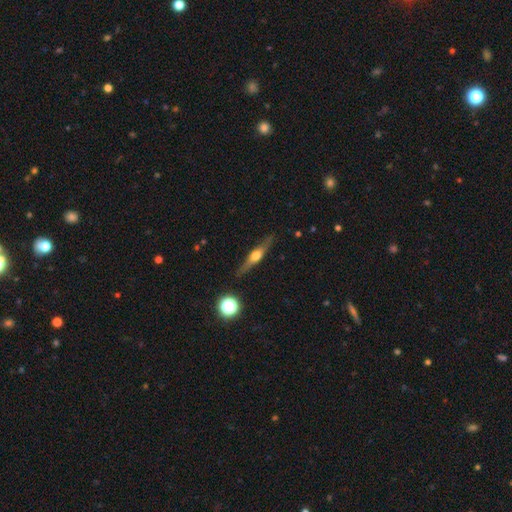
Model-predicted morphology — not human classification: smooth-or-featured: featured or disk: 71% | smooth: 23% | star or artifact: 6%
  disk-edge-on: yes: 96% | no: 4%
    edge-on-bulge: rounded: 94% | boxy: 4% | none: 2%
  merging: none: 87% | minor disturbance: 10% | major disturbance: 2% | merger: 1%